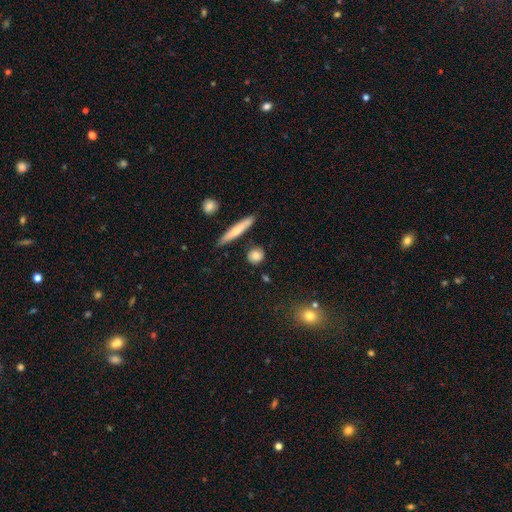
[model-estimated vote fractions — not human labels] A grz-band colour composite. It shows a smooth galaxy with no disk features (77%) that is round (66%). Merging: none (82%).